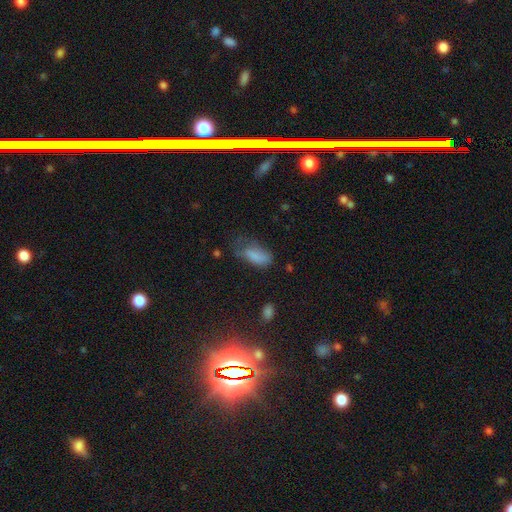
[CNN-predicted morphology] type=smooth (78%); roundness=in between (85%); merging=minor disturbance (34%).